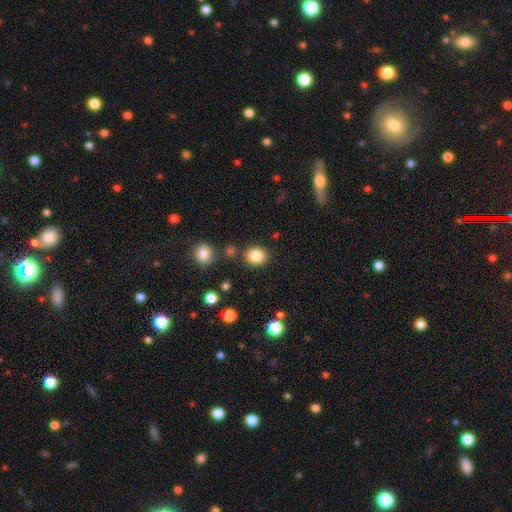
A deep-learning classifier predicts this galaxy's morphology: The model was most divided on "how rounded": round: 64%, in between: 35%, cigar-shaped: 1%. More confident: smooth or featured — smooth (84%); merging — none (84%).